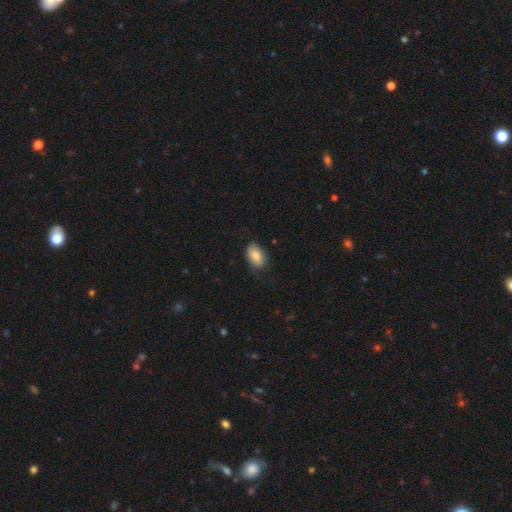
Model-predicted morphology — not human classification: Smooth or featured: smooth — 83% (featured or disk — 10%)
How rounded: in between — 89% (round — 9%)
Merging: none — 75% (minor disturbance — 20%)